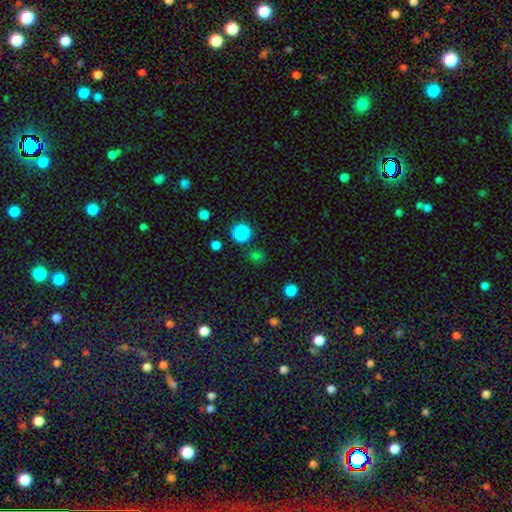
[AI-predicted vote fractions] Morphology: type=smooth (64%); roundness=round (77%); merging=none (81%).